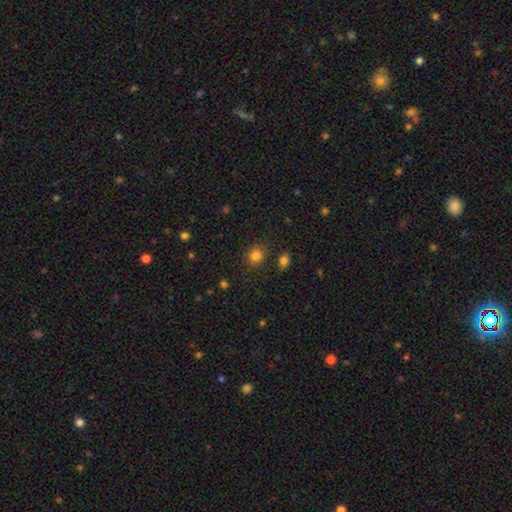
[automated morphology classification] smooth-or-featured: smooth: 82% | star or artifact: 13% | featured or disk: 5%
  how-rounded: round: 79% | in between: 20% | cigar-shaped: 1%
  merging: none: 81% | minor disturbance: 11% | merger: 4% | major disturbance: 3%